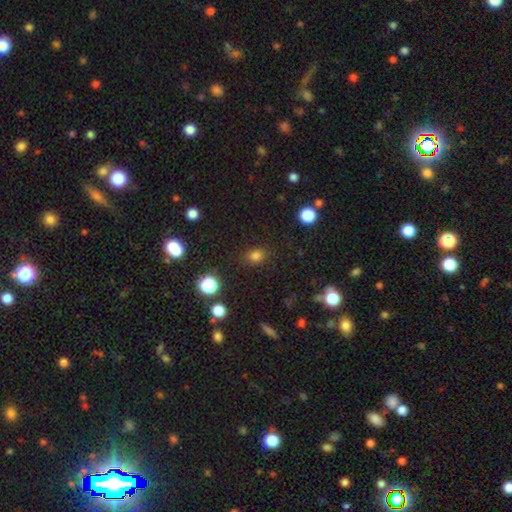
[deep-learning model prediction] A smooth galaxy with no disk features (77%) that is round (53%). Merging: none (85%).